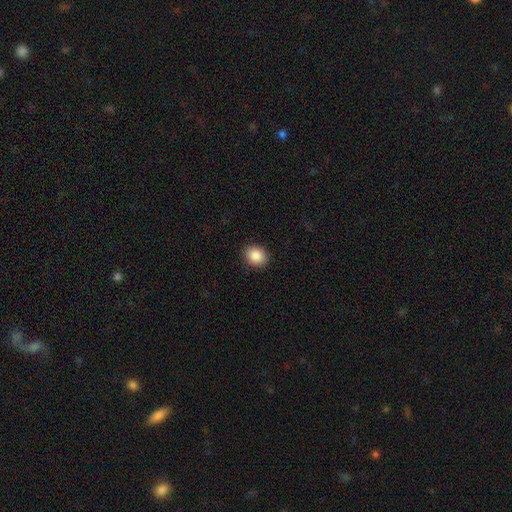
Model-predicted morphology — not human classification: A smooth galaxy with no disk features (88%) that is round (58%). Merging: none (90%).